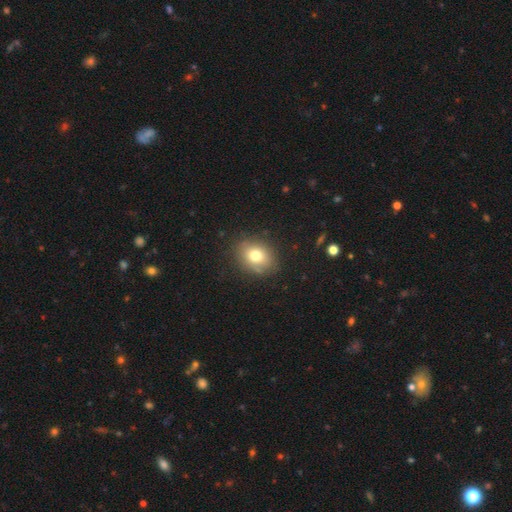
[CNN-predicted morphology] Smooth or featured: smooth — 76% (featured or disk — 13%)
How rounded: in between — 51% (round — 47%)
Merging: none — 83% (minor disturbance — 12%)